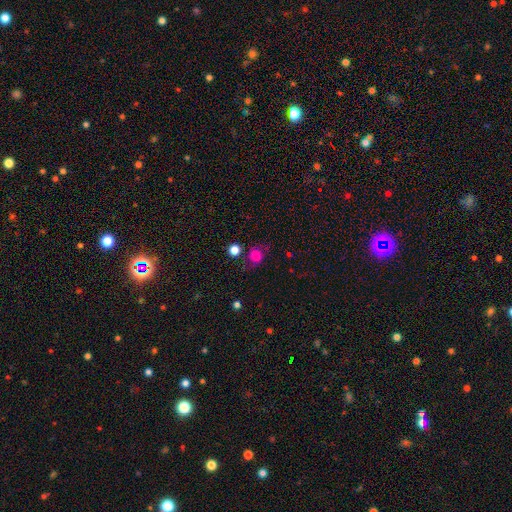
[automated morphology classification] smooth 65%, featured or disk 18%, star or artifact 16%. Down the decision tree: how rounded — round (74%); merging — none (61%).